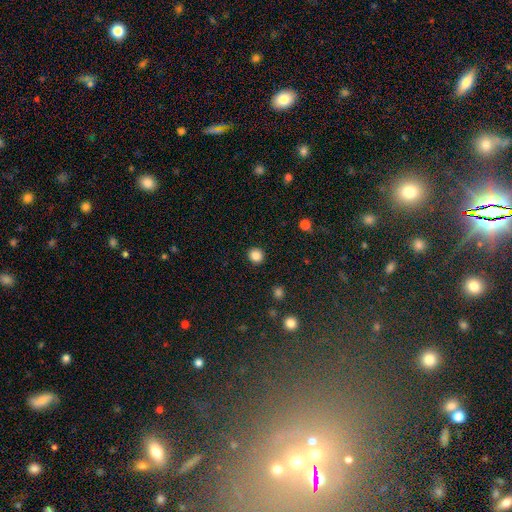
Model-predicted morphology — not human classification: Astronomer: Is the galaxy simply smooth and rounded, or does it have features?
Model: smooth — 86%.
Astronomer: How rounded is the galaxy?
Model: round — 91%.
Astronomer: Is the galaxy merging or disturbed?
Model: none — 92%.